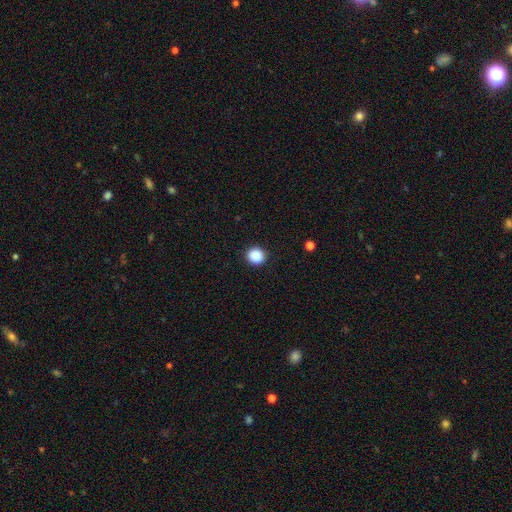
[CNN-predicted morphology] Smooth or featured?
  - smooth: 89% *
  - star or artifact: 9%
  - featured or disk: 2%
How rounded?
  - round: 90% *
  - in between: 9%
  - cigar-shaped: 1%
Merging?
  - none: 92% *
  - minor disturbance: 5%
  - major disturbance: 2%
  - merger: 1%